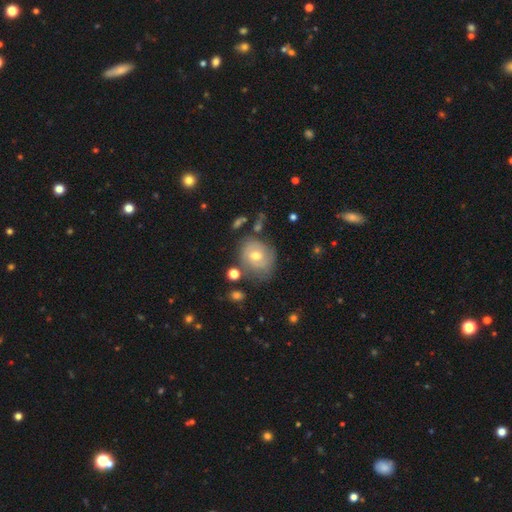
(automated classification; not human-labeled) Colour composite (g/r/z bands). It shows a smooth galaxy with no disk features (47%). Merging: none (57%).